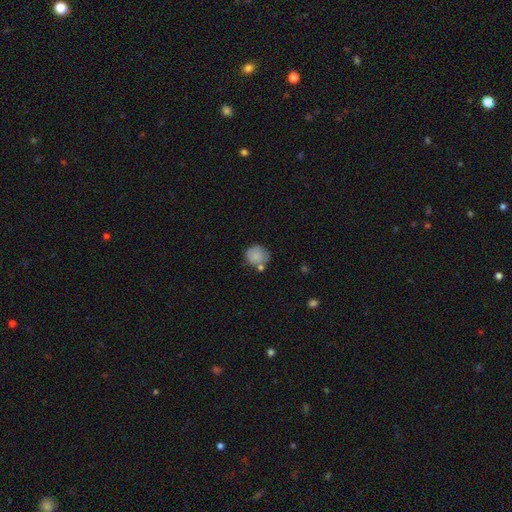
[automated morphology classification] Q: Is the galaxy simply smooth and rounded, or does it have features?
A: smooth — 81%.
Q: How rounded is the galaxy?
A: round — 83%.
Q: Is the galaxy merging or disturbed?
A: none — 59%.